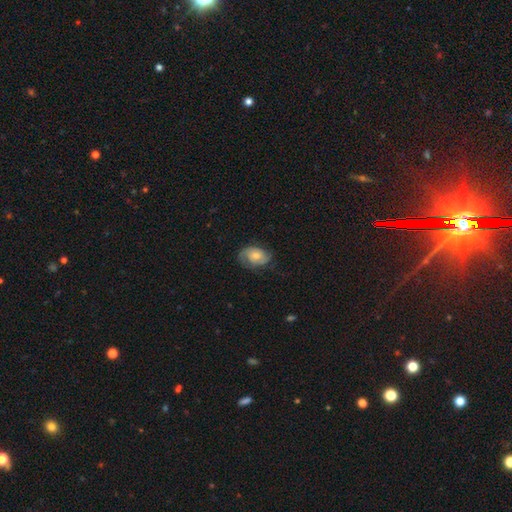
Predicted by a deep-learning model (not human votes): Q: Smooth or featured?
A: featured or disk (50%); runner-up: smooth (43%)
Q: Edge-on disk?
A: no (96%); runner-up: yes (4%)
Q: Merging?
A: none (65%); runner-up: minor disturbance (23%)